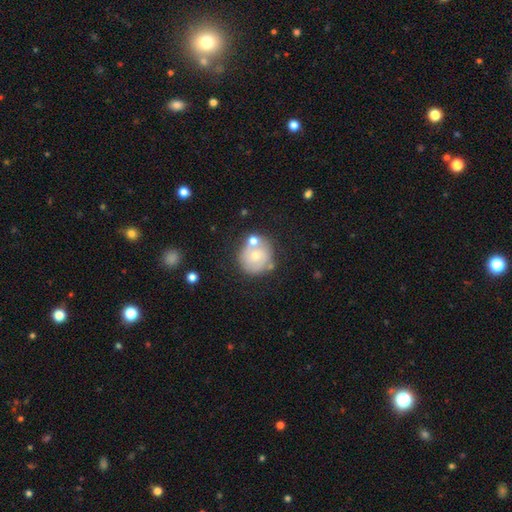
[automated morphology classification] smooth-or-featured: smooth: 53% | featured or disk: 39% | star or artifact: 8%
  how-rounded: round: 88% | in between: 11% | cigar-shaped: 1%
  merging: none: 56% | merger: 22% | minor disturbance: 16% | major disturbance: 6%